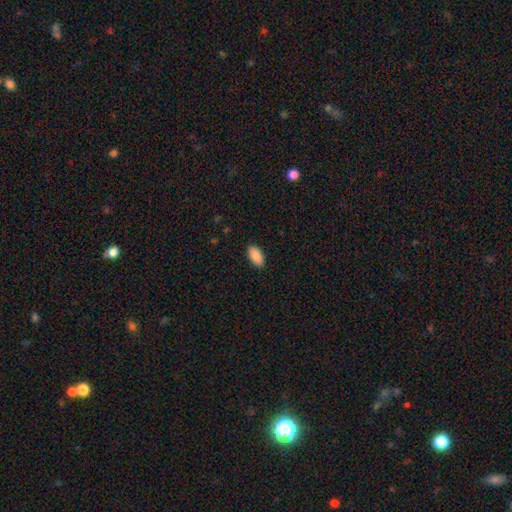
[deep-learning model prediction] A smooth galaxy with no disk features (90%) that is in between round and cigar-shaped (94%). Merging: none (89%).